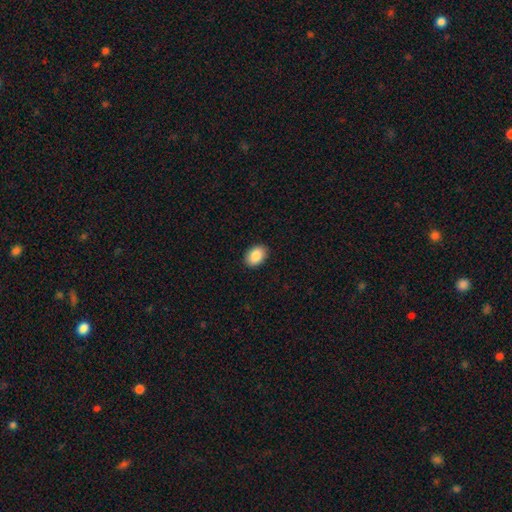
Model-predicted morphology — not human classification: Smooth or featured? Predicted: smooth (p=0.88). How rounded? Predicted: in between (p=0.82). Merging? Predicted: none (p=0.90).